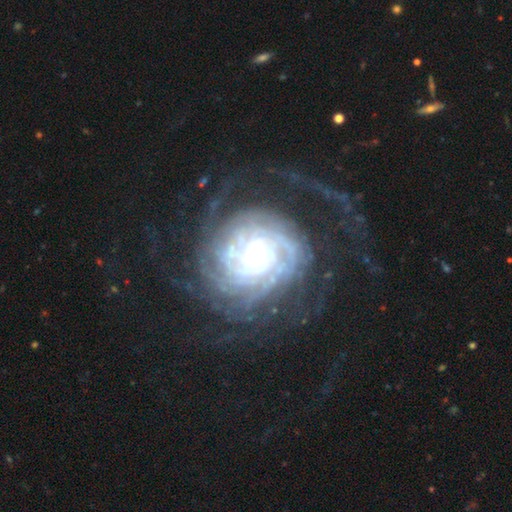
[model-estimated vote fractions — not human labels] The model was most divided on "bulge size": moderate: 47%, small: 43%, large: 7%, none: 2%, dominant: 1%. Remaining: edge-on disk — no (97%); spiral arms — yes (96%); smooth or featured — featured or disk (89%); spiral winding — tight (69%); bar — no (62%); merging — none (59%); spiral arm count — can't tell (35%).